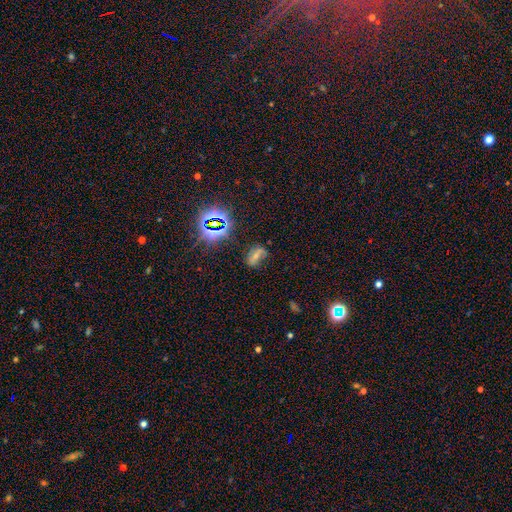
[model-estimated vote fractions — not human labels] Overall: star or artifact (37%; smooth 34%).